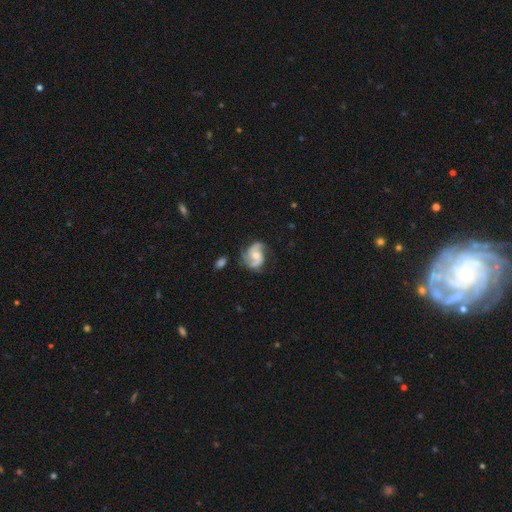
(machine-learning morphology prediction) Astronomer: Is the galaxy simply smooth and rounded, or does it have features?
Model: featured or disk — 85%.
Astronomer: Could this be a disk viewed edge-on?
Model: no — 98%.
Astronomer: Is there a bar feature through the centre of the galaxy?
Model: no — 54% (runner-up: weak, 37%).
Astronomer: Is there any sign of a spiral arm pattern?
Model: yes — 96%.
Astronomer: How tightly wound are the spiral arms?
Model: medium — 50% (runner-up: loose, 33%).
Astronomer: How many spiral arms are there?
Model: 2 — 84%.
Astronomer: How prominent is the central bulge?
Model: moderate — 61%.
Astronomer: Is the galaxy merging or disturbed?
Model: none — 69%.